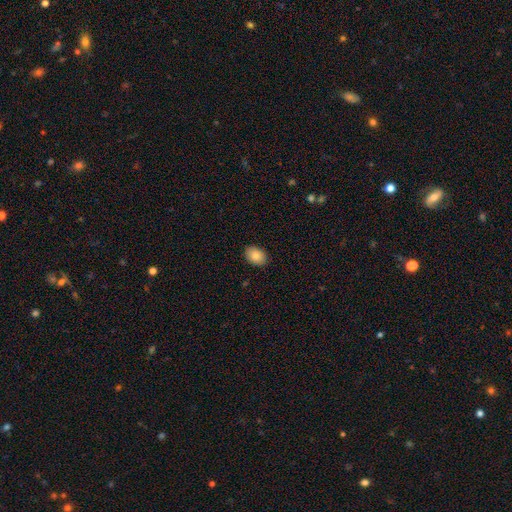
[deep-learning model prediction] smooth-or-featured: smooth: 86% | star or artifact: 8% | featured or disk: 6%
  how-rounded: in between: 77% | round: 22% | cigar-shaped: 1%
  merging: none: 89% | minor disturbance: 8% | major disturbance: 2% | merger: 1%